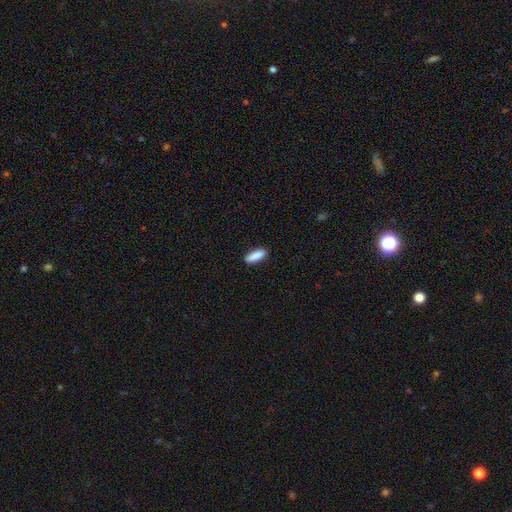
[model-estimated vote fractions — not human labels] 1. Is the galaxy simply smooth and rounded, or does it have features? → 89% smooth, 6% star or artifact, 4% featured or disk.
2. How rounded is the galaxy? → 59% in between, 39% cigar-shaped, 2% round.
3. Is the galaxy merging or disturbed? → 88% none, 9% minor disturbance, 2% major disturbance, 1% merger.